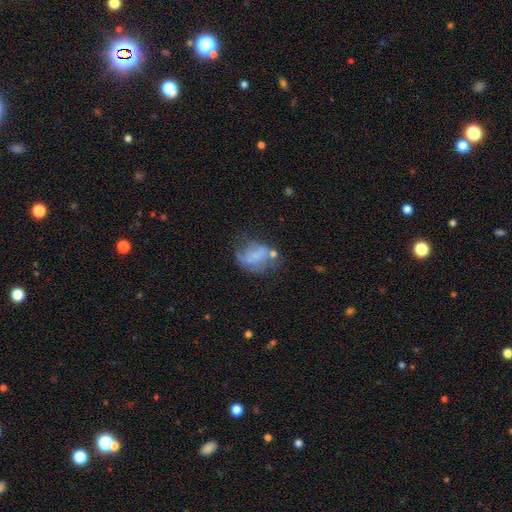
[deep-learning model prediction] smooth_or_featured: featured or disk (p=0.45) [alt: smooth p=0.44]
merging: none (p=0.35) [alt: major disturbance p=0.27]